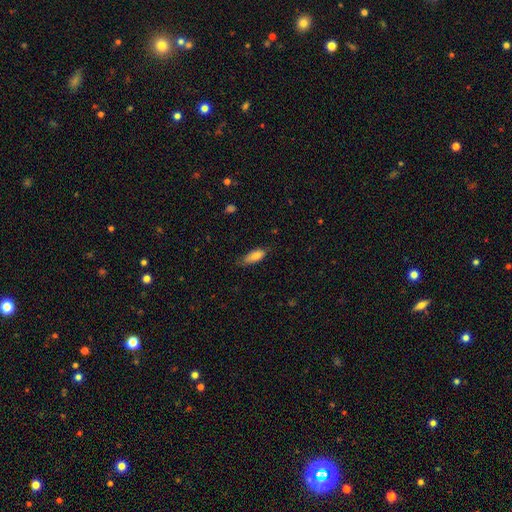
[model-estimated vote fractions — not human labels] A smooth galaxy with no disk features (80%) that is in between round and cigar-shaped (72%). Merging: none (70%).